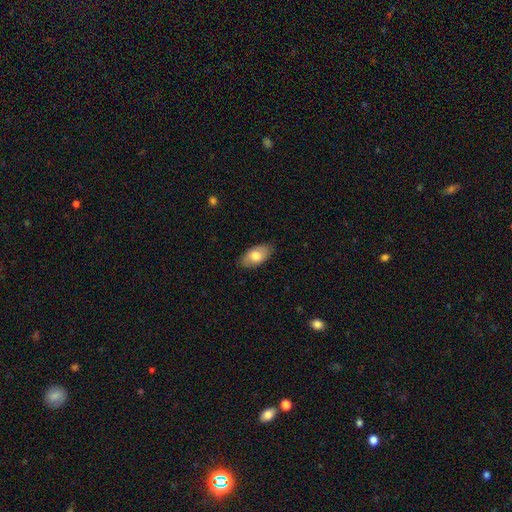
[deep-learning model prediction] Smooth or featured? Predicted: smooth (p=0.76). How rounded? Predicted: in between (p=0.93). Merging? Predicted: none (p=0.84).